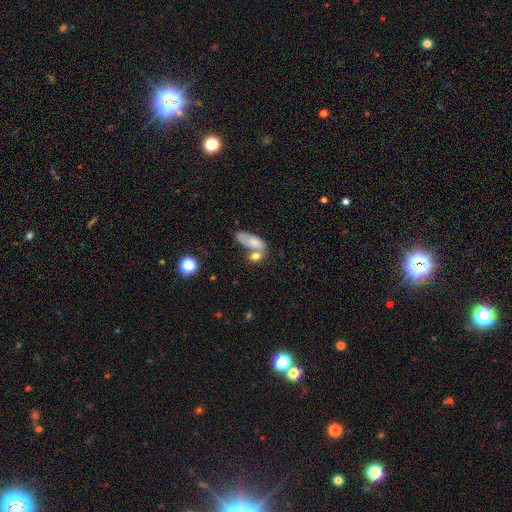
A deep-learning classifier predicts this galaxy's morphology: Overall: smooth (46%; featured or disk 34%). Merging: merger (38%; none 37%).